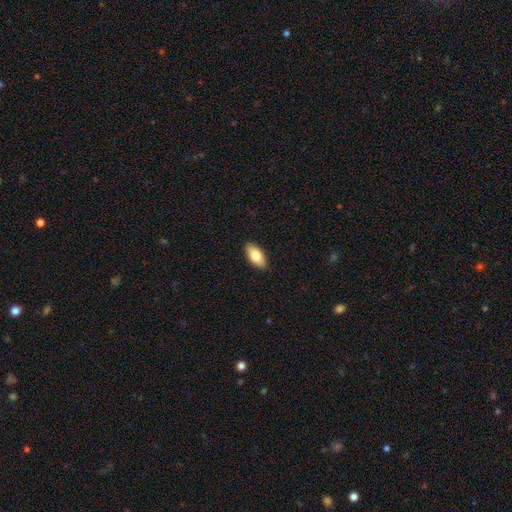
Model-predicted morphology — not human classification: A smooth galaxy with no disk features (79%) that is in between round and cigar-shaped (90%).

Vote fractions:
- Smooth or featured? smooth: 79% / featured or disk: 15% / star or artifact: 6%
- How rounded? in between: 90% / cigar-shaped: 7% / round: 3%
- Merging? none: 90% / minor disturbance: 8% / major disturbance: 2% / merger: 1%